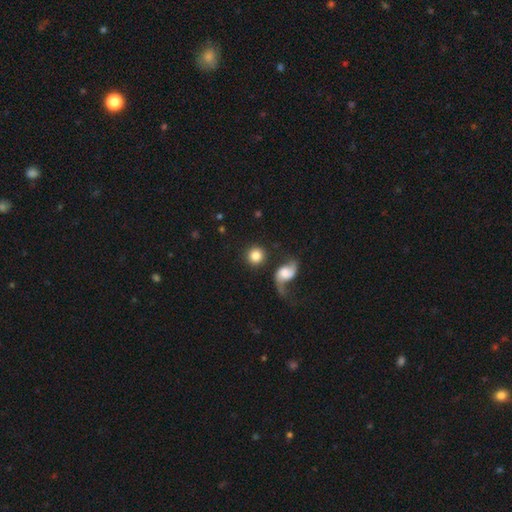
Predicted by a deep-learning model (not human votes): smooth_or_featured: smooth (p=0.79) [alt: featured or disk p=0.14]
how_rounded: round (p=0.93) [alt: in between p=0.06]
merging: none (p=0.76) [alt: merger p=0.10]